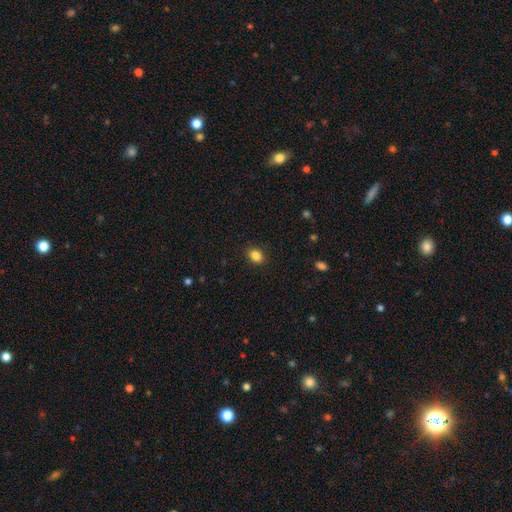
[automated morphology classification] This appears to be a smooth galaxy with no disk features (86%) that is in between round and cigar-shaped (65%). Merging: none (89%).